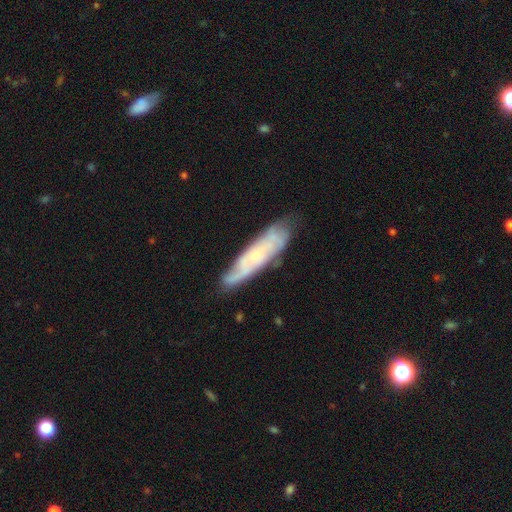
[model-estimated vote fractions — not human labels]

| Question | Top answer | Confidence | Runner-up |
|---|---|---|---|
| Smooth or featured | featured or disk | 69% | smooth (25%) |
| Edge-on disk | no | 72% | yes (28%) |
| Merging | none | 71% | minor disturbance (22%) |